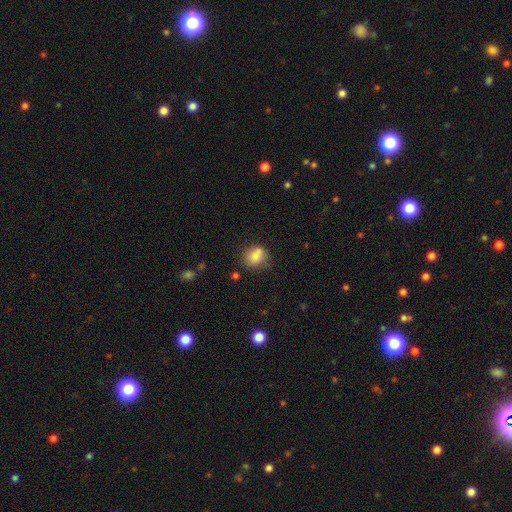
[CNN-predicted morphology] smooth_or_featured: smooth (p=0.81) [alt: star or artifact p=0.09]
how_rounded: round (p=0.62) [alt: in between p=0.37]
merging: none (p=0.61) [alt: minor disturbance p=0.23]